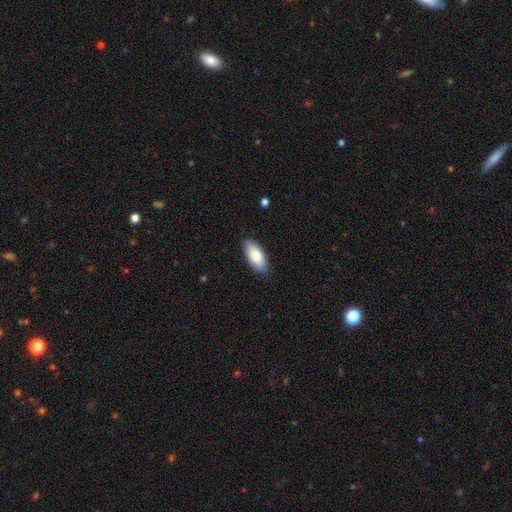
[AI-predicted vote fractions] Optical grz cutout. It shows a smooth galaxy with no disk features (85%) that is in between round and cigar-shaped (88%). Merging: none (86%).